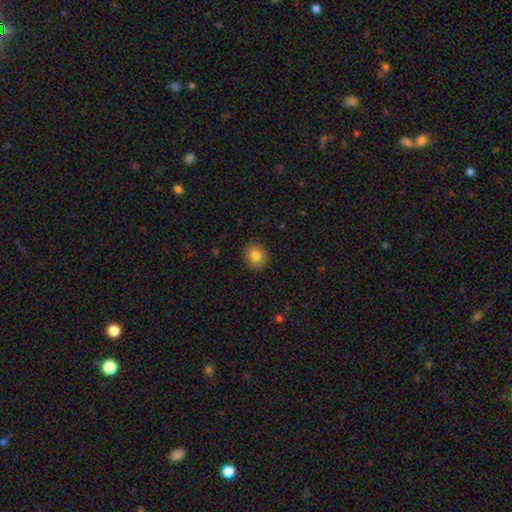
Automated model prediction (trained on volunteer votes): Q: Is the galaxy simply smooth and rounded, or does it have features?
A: smooth — 82%.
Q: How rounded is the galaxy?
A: round — 74%.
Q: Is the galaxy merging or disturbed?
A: none — 90%.